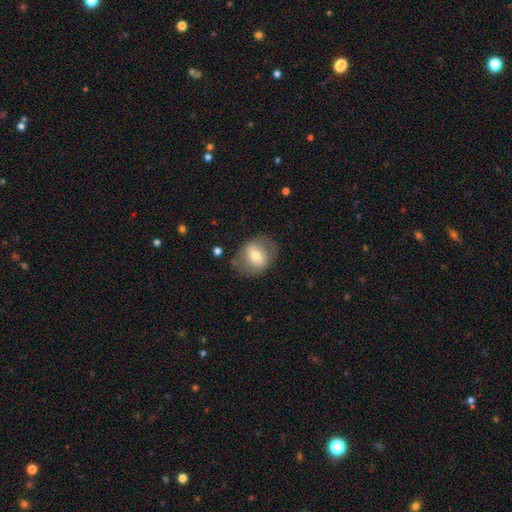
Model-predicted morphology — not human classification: A smooth galaxy with no disk features (58%) that is round (59%).

Vote fractions:
- Smooth or featured? smooth: 58% / featured or disk: 34% / star or artifact: 8%
- How rounded? round: 59% / in between: 40% / cigar-shaped: 1%
- Merging? none: 75% / minor disturbance: 16% / major disturbance: 8% / merger: 2%